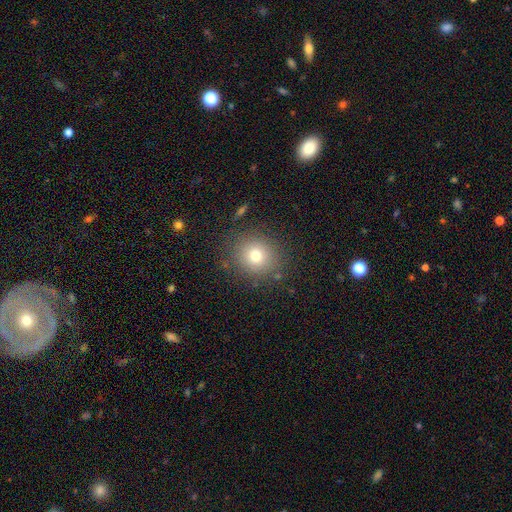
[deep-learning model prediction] Morphology: type=smooth (74%); roundness=round (86%); merging=none (85%).